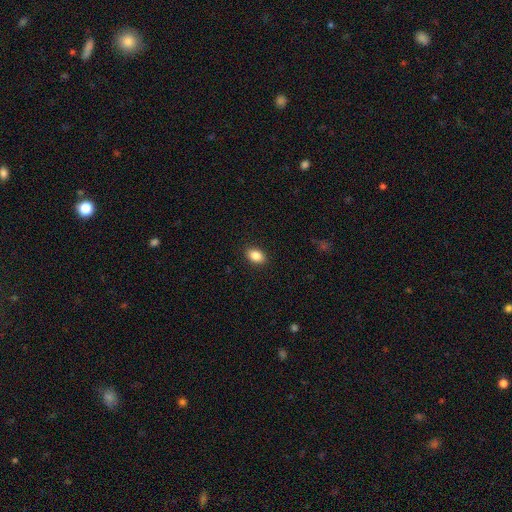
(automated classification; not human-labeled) This appears to be a smooth galaxy with no disk features (87%) that is in between round and cigar-shaped (85%). Merging: none (90%).